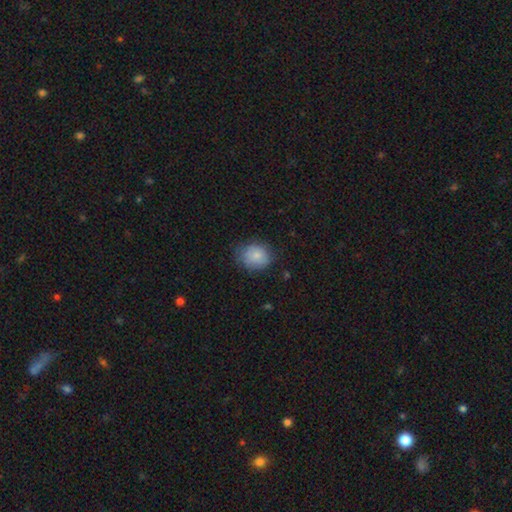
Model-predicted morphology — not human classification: Overall: smooth (82%). How rounded: round (65%; in between 34%). Merging: none (70%).